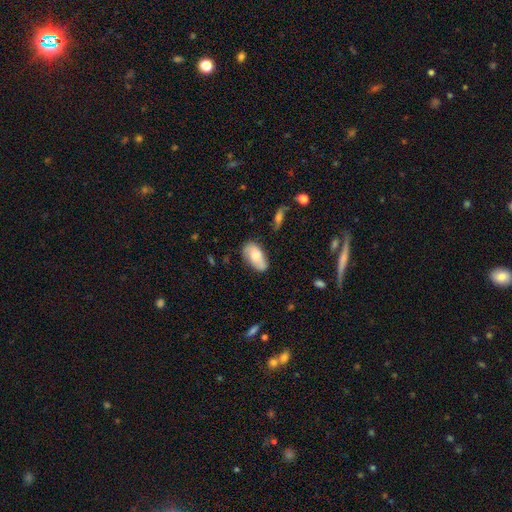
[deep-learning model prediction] This is likely a smooth galaxy (69%). How rounded: clearly in between (93%). Merging: likely none (63%).